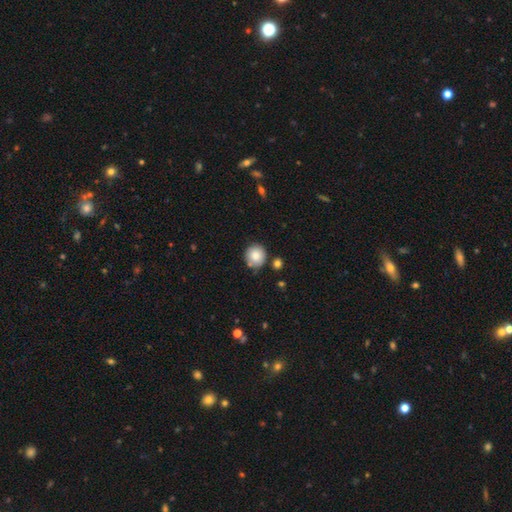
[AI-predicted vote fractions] Smooth or featured?
  - smooth: 83% *
  - star or artifact: 9%
  - featured or disk: 8%
How rounded?
  - round: 91% *
  - in between: 8%
  - cigar-shaped: 1%
Merging?
  - none: 79% *
  - minor disturbance: 12%
  - merger: 7%
  - major disturbance: 3%